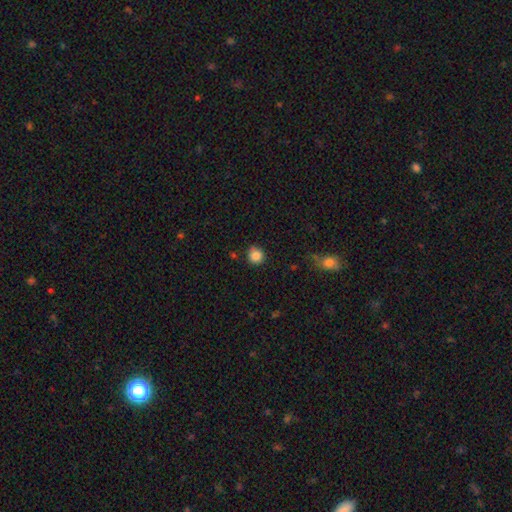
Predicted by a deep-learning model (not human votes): Smooth or featured?
  - smooth: 86% *
  - star or artifact: 10%
  - featured or disk: 4%
How rounded?
  - round: 90% *
  - in between: 9%
  - cigar-shaped: 1%
Merging?
  - none: 80% *
  - minor disturbance: 14%
  - major disturbance: 3%
  - merger: 2%